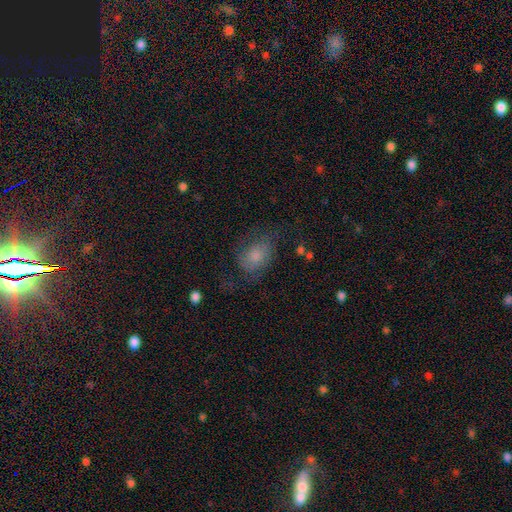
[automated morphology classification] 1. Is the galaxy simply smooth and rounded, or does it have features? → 56% smooth, 31% featured or disk, 12% star or artifact.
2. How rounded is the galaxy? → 65% in between, 34% round, 1% cigar-shaped.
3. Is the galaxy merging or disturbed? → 53% none, 24% minor disturbance, 21% major disturbance, 2% merger.